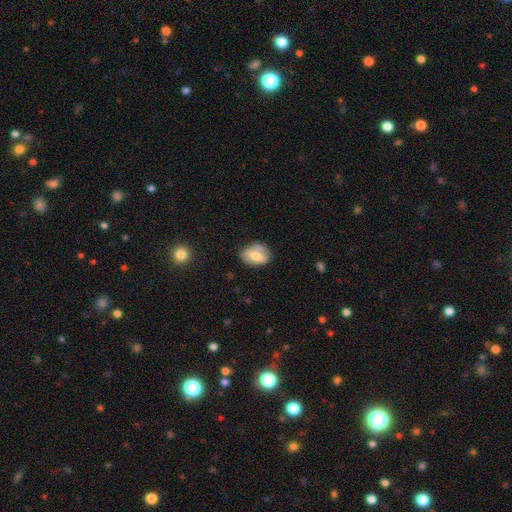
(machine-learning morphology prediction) This is possibly a smooth galaxy (59%). How rounded: likely in between (74%). Merging: likely none (66%).